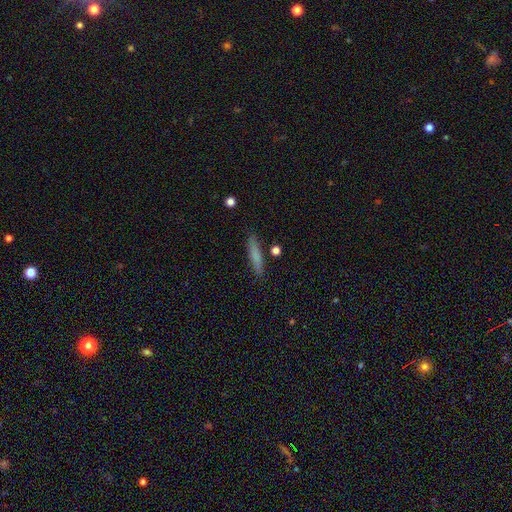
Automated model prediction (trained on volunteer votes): This appears to be a smooth galaxy with no disk features (75%) that is cigar-shaped (89%). Merging: none (84%).